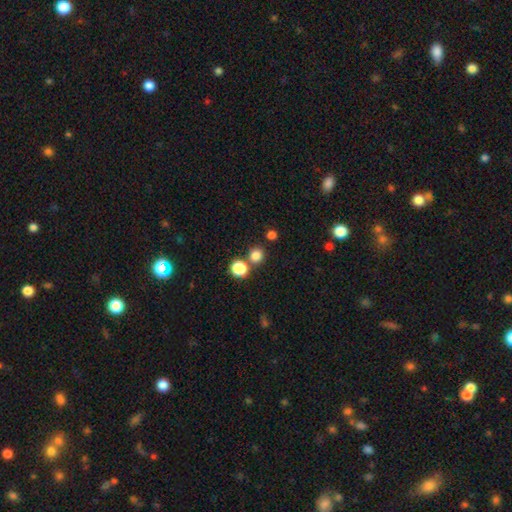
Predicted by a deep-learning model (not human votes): smooth-or-featured: smooth: 80% | star or artifact: 16% | featured or disk: 5%
  how-rounded: round: 90% | in between: 9% | cigar-shaped: 1%
  merging: none: 75% | merger: 16% | minor disturbance: 6% | major disturbance: 3%